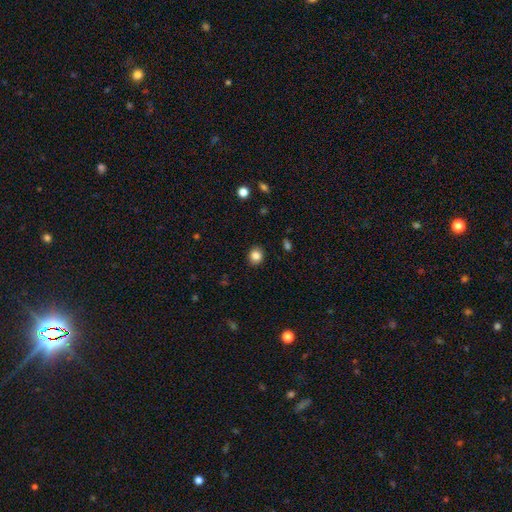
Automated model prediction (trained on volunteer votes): Smooth or featured? smooth (84%)
How rounded? round (73%)
Merging? none (90%)